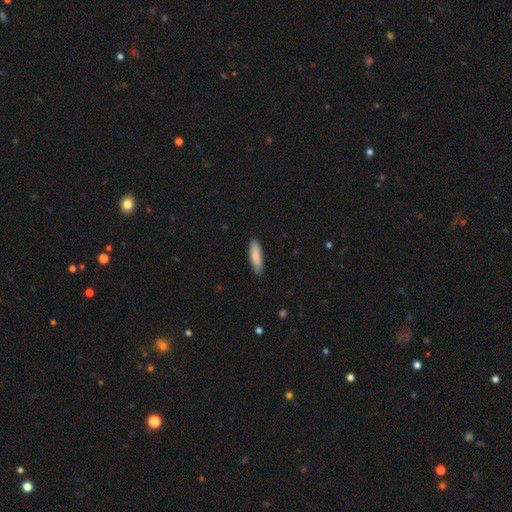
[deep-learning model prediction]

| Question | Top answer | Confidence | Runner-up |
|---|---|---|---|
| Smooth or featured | smooth | 83% | featured or disk (11%) |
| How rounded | cigar-shaped | 61% | in between (38%) |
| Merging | none | 86% | minor disturbance (11%) |